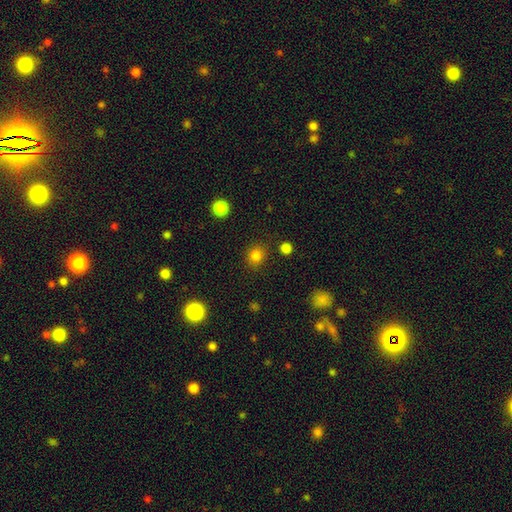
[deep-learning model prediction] smooth_or_featured: smooth (p=0.83) [alt: star or artifact p=0.13]
how_rounded: round (p=0.80) [alt: in between p=0.19]
merging: none (p=0.84) [alt: minor disturbance p=0.10]